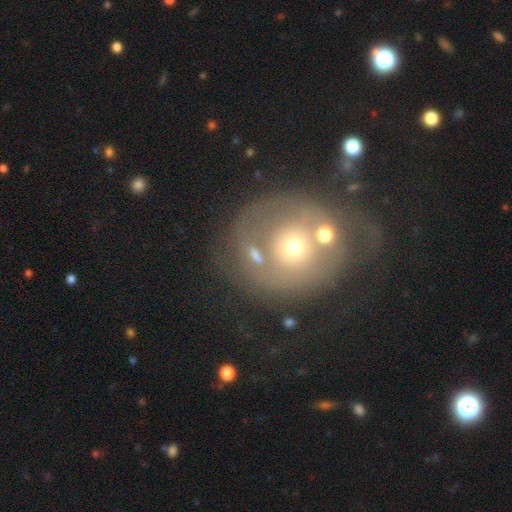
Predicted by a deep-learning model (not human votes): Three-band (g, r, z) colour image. It shows a featured or disk galaxy (44%). Merging: none (51%).